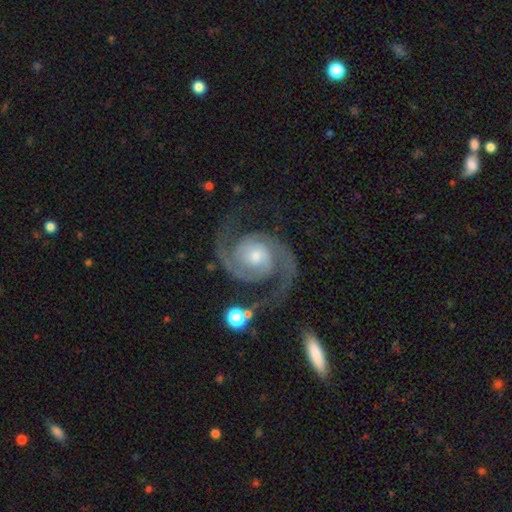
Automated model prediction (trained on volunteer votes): Morphology: type=featured or disk (93%); edge-on=no (98%); bar=no (66%); spiral arms=yes (99%); winding=medium (56%); arm count=2 (94%); bulge=small (52%); merging=none (79%).